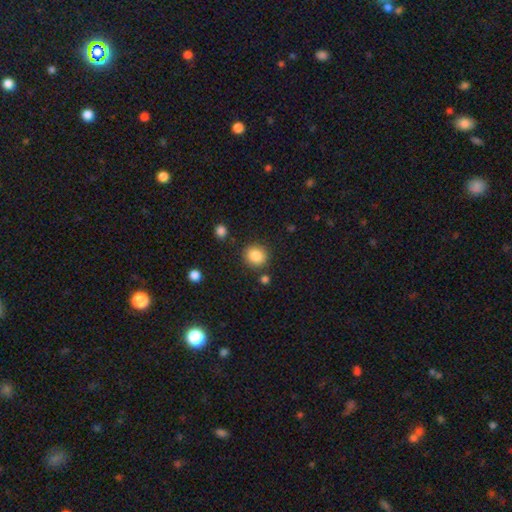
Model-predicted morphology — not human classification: Smooth or featured?
  - smooth: 86% *
  - star or artifact: 9%
  - featured or disk: 5%
How rounded?
  - round: 81% *
  - in between: 18%
  - cigar-shaped: 1%
Merging?
  - none: 83% *
  - minor disturbance: 9%
  - merger: 4%
  - major disturbance: 3%